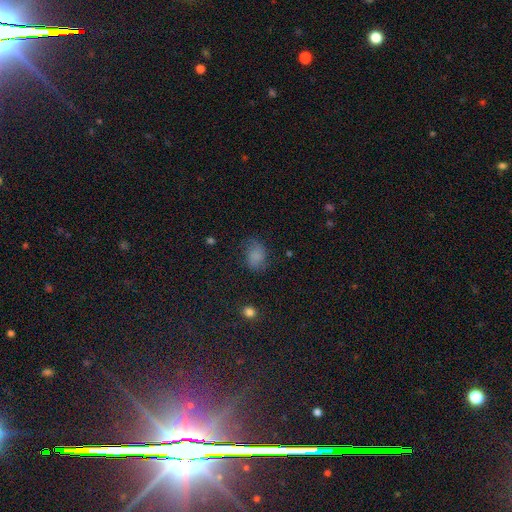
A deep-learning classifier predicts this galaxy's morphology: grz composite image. It shows a smooth galaxy with no disk features (72%) that is in between round and cigar-shaped (63%). Merging: none (62%).